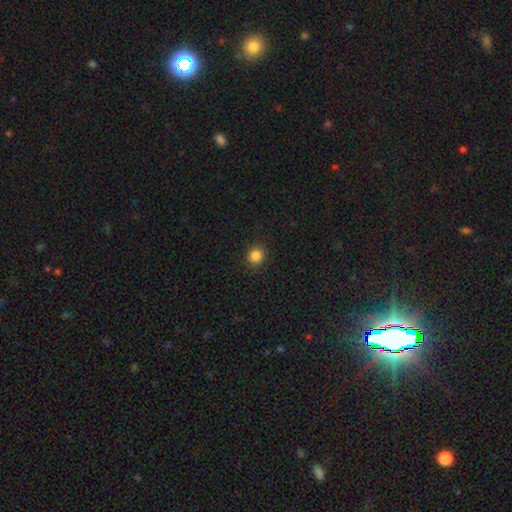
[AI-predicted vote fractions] smooth-or-featured: smooth: 85% | star or artifact: 11% | featured or disk: 3%
  how-rounded: round: 88% | in between: 11% | cigar-shaped: 1%
  merging: none: 91% | minor disturbance: 6% | major disturbance: 2% | merger: 1%